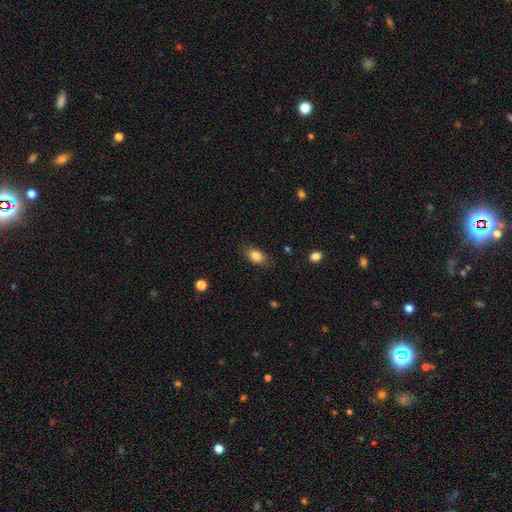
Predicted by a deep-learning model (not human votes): The model was most divided on "merging": none: 81%, minor disturbance: 15%, major disturbance: 4%, merger: 1%. More confident: how rounded — in between (87%); smooth or featured — smooth (85%).